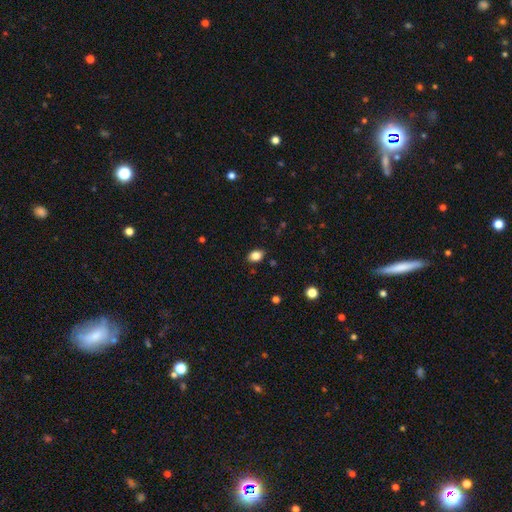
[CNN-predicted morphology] smooth 85%, star or artifact 10%, featured or disk 5%. Down the decision tree: how rounded — in between (76%); merging — none (85%).